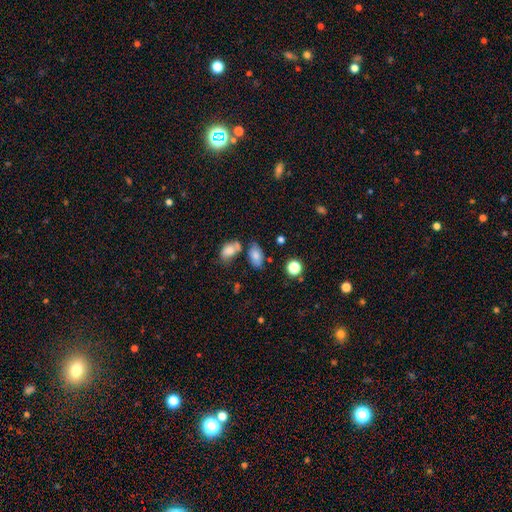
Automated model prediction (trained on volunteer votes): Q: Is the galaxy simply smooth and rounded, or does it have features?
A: smooth — 77%.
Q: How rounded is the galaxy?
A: in between — 90%.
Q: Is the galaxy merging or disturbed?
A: none — 56%.